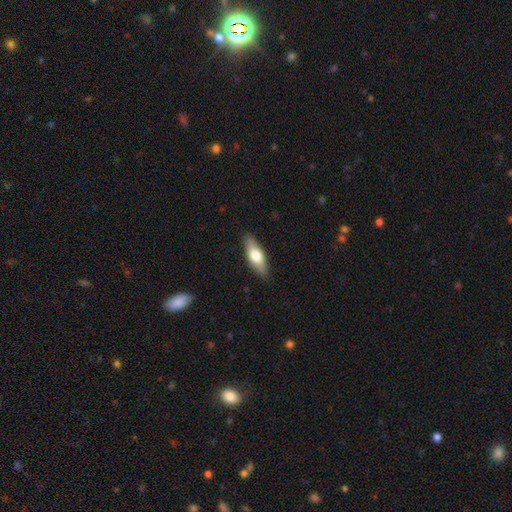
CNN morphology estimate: smooth-or-featured: smooth: 64% | featured or disk: 31% | star or artifact: 5%
  how-rounded: in between: 62% | cigar-shaped: 35% | round: 3%
  merging: none: 88% | minor disturbance: 9% | major disturbance: 2% | merger: 1%